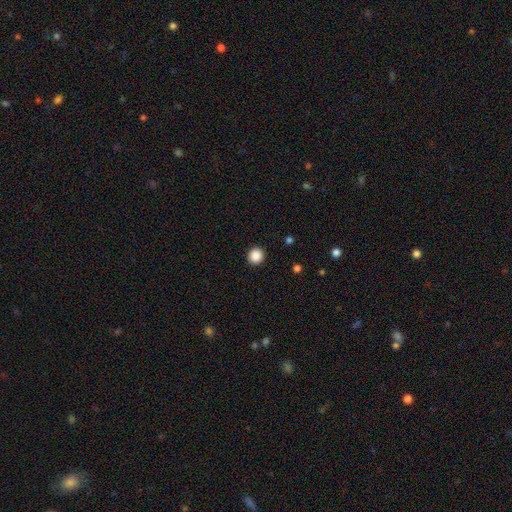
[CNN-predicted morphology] type=smooth (88%); roundness=round (94%); merging=none (93%).